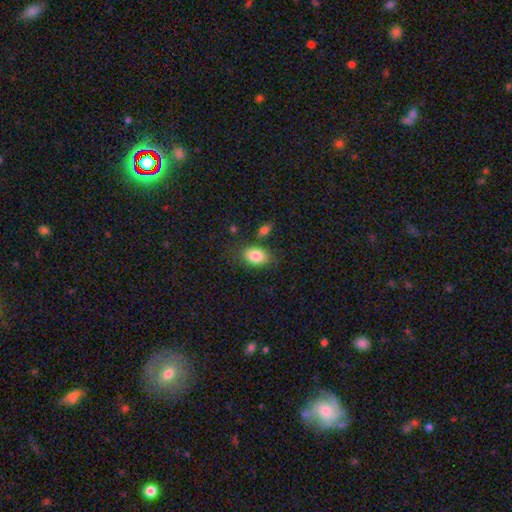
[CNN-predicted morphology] smooth 84%, featured or disk 8%, star or artifact 8%. Down the decision tree: how rounded — in between (83%); merging — none (72%).